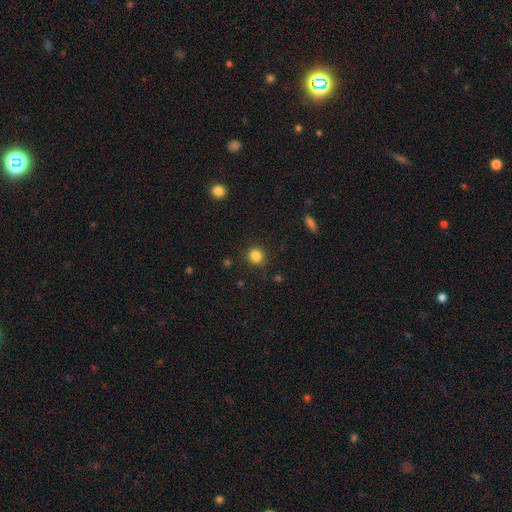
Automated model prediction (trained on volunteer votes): The model was most divided on "smooth or featured": smooth: 85%, star or artifact: 11%, featured or disk: 4%. More confident: how rounded — round (90%); merging — none (88%).